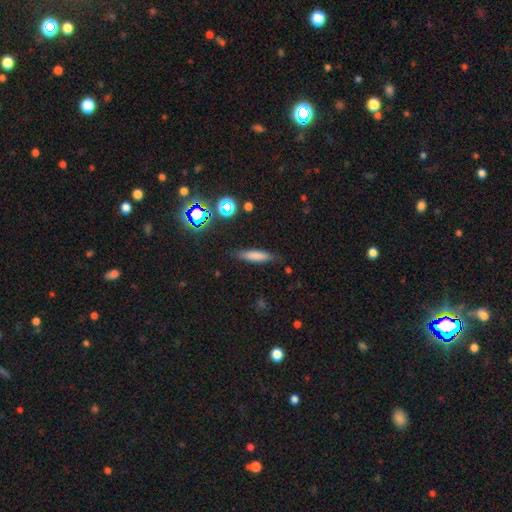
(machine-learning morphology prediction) smooth-or-featured: smooth: 74% | featured or disk: 14% | star or artifact: 12%
  how-rounded: cigar-shaped: 73% | in between: 25% | round: 2%
  merging: none: 81% | minor disturbance: 14% | major disturbance: 3% | merger: 2%